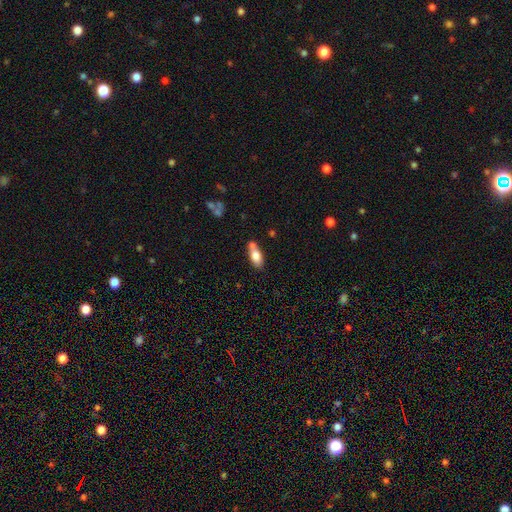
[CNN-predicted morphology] Smooth or featured? Predicted: smooth (p=0.76). How rounded? Predicted: in between (p=0.84). Merging? Predicted: none (p=0.52).